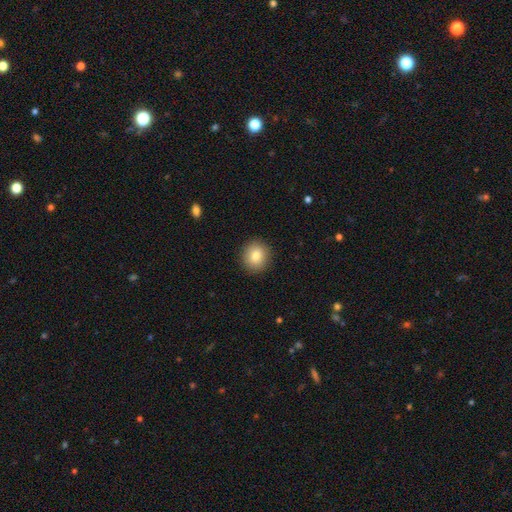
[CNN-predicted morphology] Smooth or featured?
  - smooth: 81% *
  - star or artifact: 10%
  - featured or disk: 9%
How rounded?
  - round: 88% *
  - in between: 11%
  - cigar-shaped: 1%
Merging?
  - none: 91% *
  - minor disturbance: 6%
  - major disturbance: 2%
  - merger: 1%